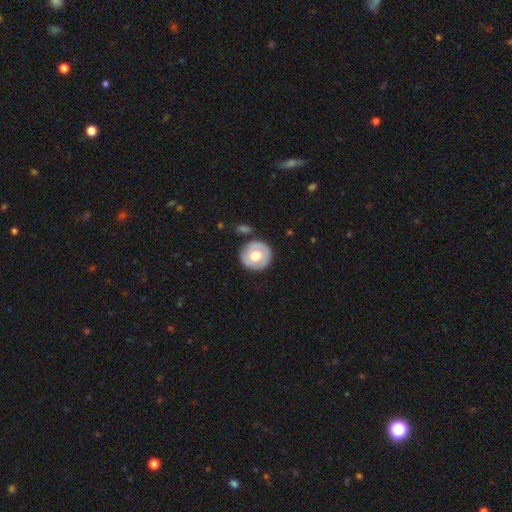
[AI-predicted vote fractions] Smooth or featured? smooth (51%)
How rounded? round (93%)
Merging? none (81%)